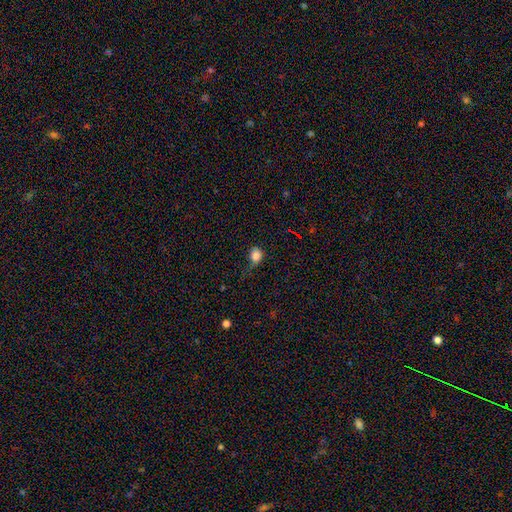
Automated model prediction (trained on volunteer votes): The model was most divided on "merging": none: 41%, minor disturbance: 34%, major disturbance: 22%, merger: 3%. More confident: smooth or featured — smooth (81%); how rounded — round (56%).